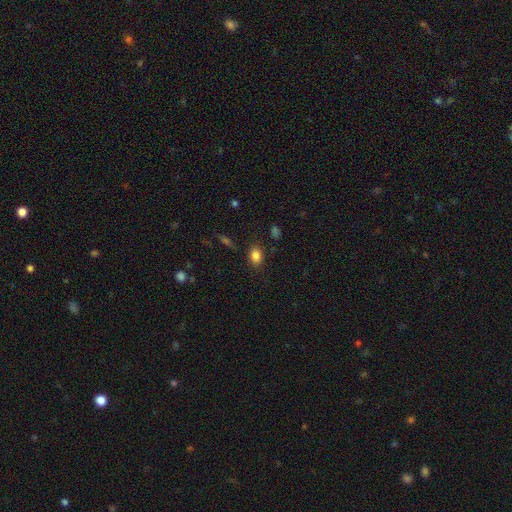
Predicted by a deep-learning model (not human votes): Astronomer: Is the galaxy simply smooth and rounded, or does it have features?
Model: smooth — 84%.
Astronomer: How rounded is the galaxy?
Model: in between — 69%.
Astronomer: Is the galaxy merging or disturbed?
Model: none — 82%.